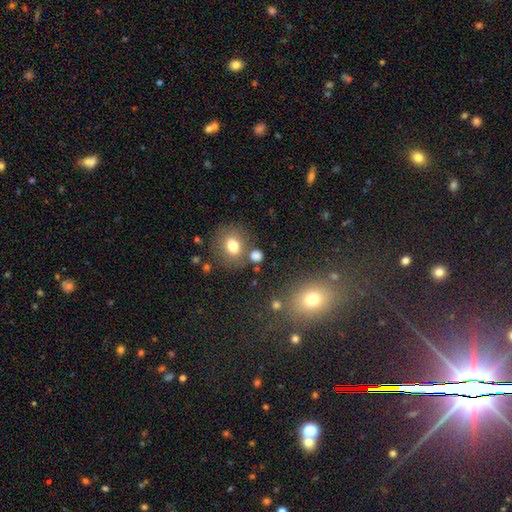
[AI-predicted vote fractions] smooth 77%, star or artifact 15%, featured or disk 8%. Down the decision tree: how rounded — round (63%); merging — none (70%).